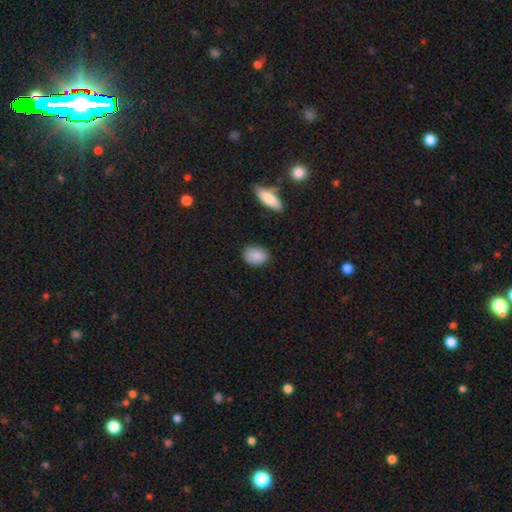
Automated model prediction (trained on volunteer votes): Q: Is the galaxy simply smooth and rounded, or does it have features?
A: smooth — 89%.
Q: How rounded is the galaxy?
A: in between — 77%.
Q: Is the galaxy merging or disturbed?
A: none — 84%.